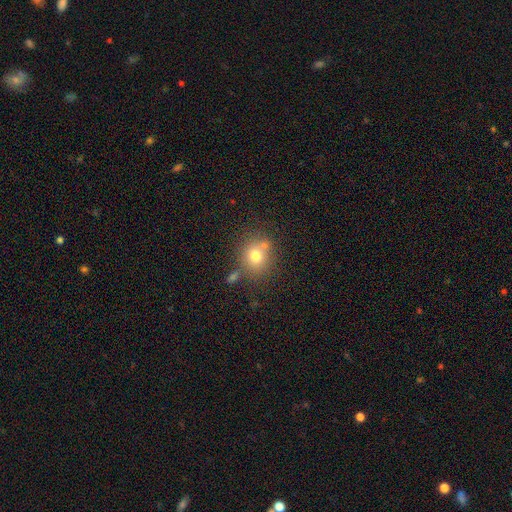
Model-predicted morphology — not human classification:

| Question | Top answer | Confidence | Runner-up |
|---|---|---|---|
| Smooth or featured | smooth | 74% | star or artifact (13%) |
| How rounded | round | 79% | in between (20%) |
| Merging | none | 67% | merger (15%) |